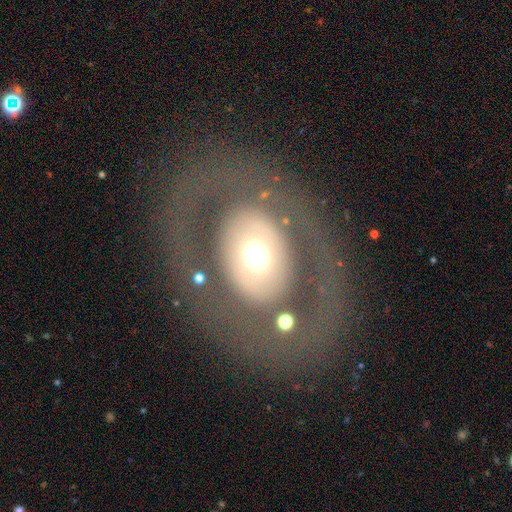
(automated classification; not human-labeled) smooth-or-featured: featured or disk: 51% | smooth: 41% | star or artifact: 9%
  disk-edge-on: no: 91% | yes: 9%
  merging: none: 77% | major disturbance: 12% | minor disturbance: 9% | merger: 2%